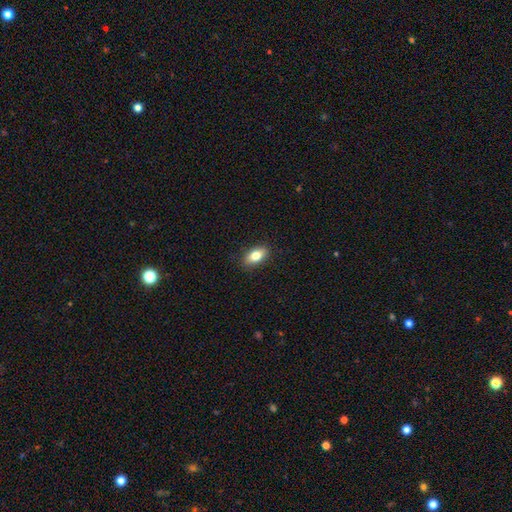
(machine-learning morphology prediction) Smooth or featured? Predicted: smooth (p=0.78). How rounded? Predicted: in between (p=0.87). Merging? Predicted: none (p=0.89).